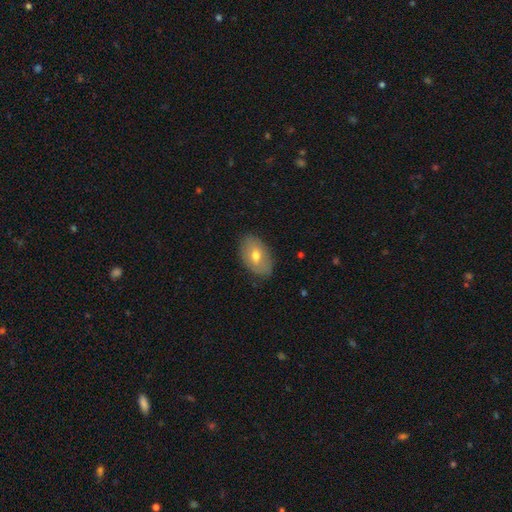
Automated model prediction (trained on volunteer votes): Smooth or featured? Predicted: smooth (p=0.62). How rounded? Predicted: in between (p=0.90). Merging? Predicted: none (p=0.83).